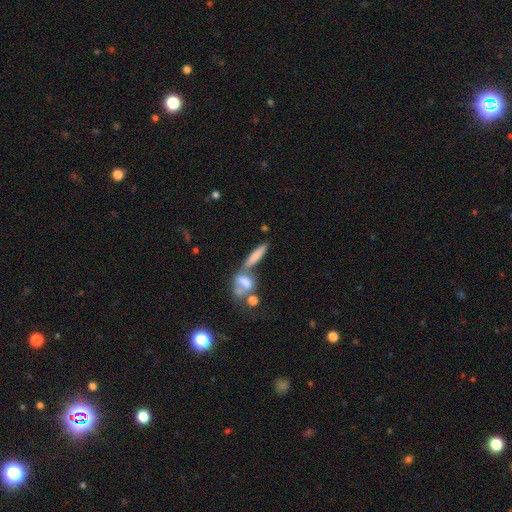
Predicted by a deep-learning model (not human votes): This appears to be a smooth galaxy with no disk features (66%) that is cigar-shaped (66%). Merging: none (44%).